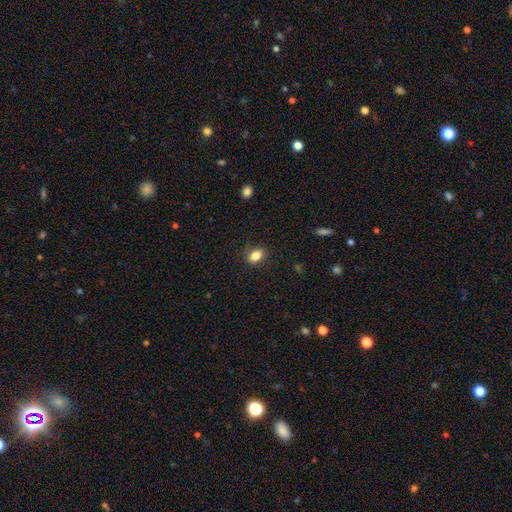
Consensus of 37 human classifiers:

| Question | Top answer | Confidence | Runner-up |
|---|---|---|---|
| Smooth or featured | smooth | 92% | star or artifact (8%) |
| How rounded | in between | 82% | round (18%) |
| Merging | none | 94% | minor disturbance (3%) |